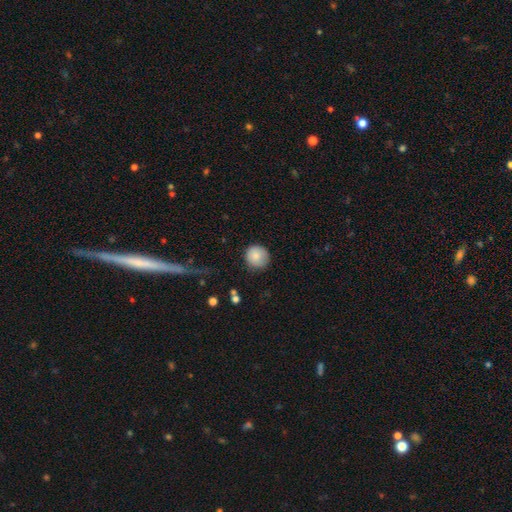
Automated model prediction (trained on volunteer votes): This appears to be a smooth galaxy with no disk features (84%) that is round (93%). Merging: none (85%).